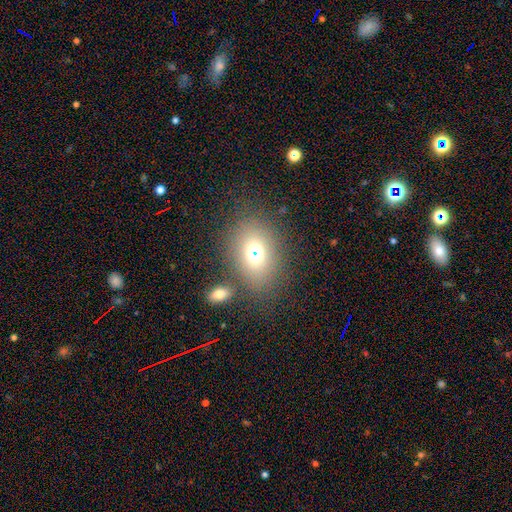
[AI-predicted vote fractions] This appears to be a smooth galaxy with no disk features (65%) that is in between round and cigar-shaped (67%). Merging: none (62%).